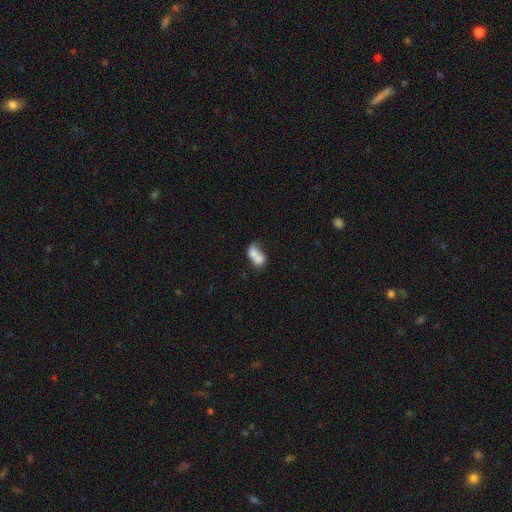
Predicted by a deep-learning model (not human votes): Overall: smooth (69%). How rounded: in between (79%). Merging: merger (59%; none 20%).